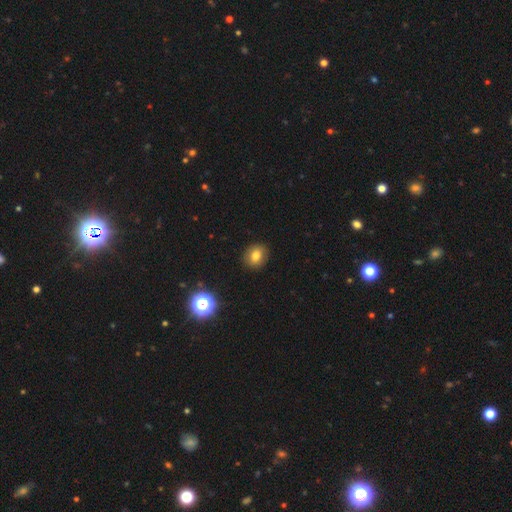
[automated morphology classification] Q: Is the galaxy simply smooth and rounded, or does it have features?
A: smooth — 77%.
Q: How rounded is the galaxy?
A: round — 65%.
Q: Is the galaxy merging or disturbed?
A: none — 89%.